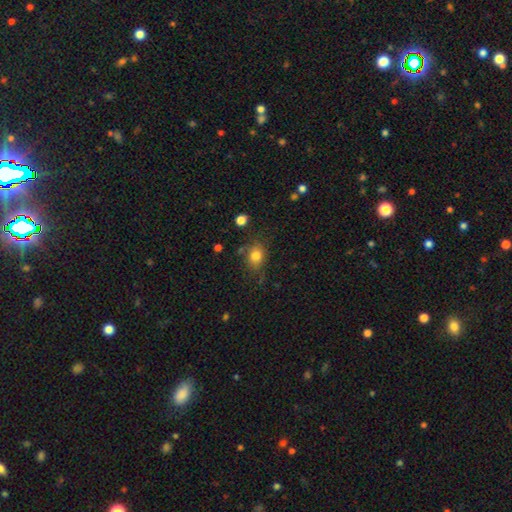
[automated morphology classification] smooth 81%, star or artifact 11%, featured or disk 8%. Down the decision tree: how rounded — round (57%); merging — none (70%).